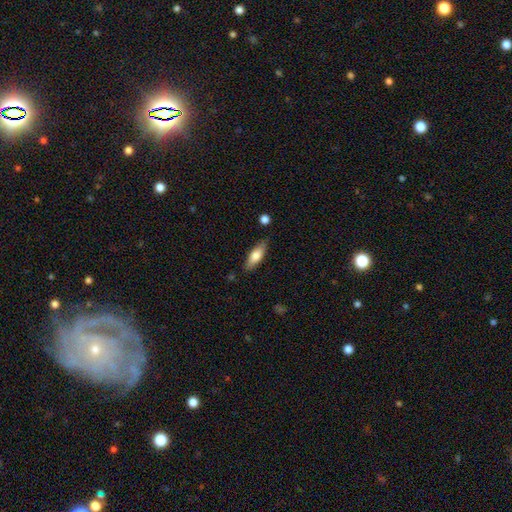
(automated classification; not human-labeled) Smooth or featured? smooth (73%)
How rounded? in between (61%)
Merging? none (84%)